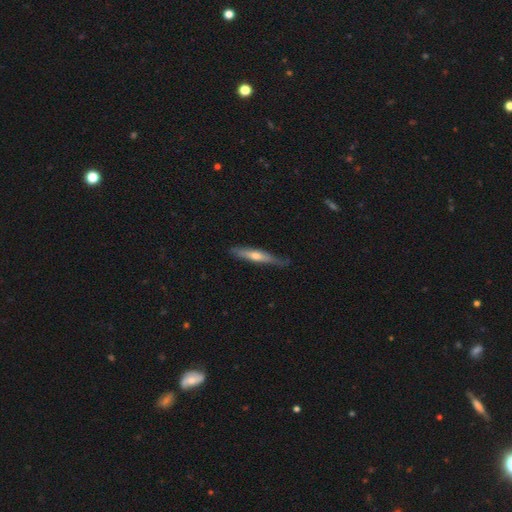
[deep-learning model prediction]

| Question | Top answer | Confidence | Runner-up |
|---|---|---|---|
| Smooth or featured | featured or disk | 58% | smooth (37%) |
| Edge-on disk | yes | 91% | no (9%) |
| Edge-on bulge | rounded | 83% | none (14%) |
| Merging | none | 75% | minor disturbance (21%) |